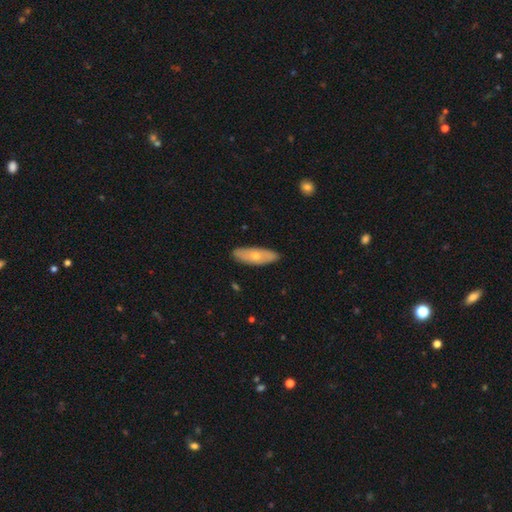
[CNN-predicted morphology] A smooth galaxy with no disk features (57%) that is in between round and cigar-shaped (66%).

Vote fractions:
- Smooth or featured? smooth: 57% / featured or disk: 37% / star or artifact: 6%
- How rounded? in between: 66% / cigar-shaped: 31% / round: 3%
- Merging? none: 86% / minor disturbance: 11% / major disturbance: 2% / merger: 1%